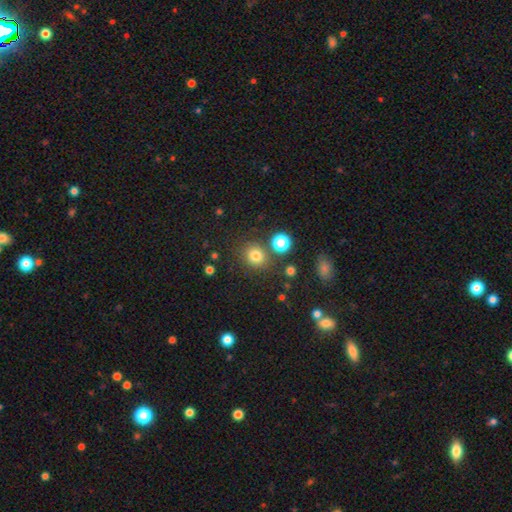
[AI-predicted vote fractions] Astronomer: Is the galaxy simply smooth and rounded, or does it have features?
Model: smooth — 77%.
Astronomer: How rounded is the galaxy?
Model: round — 79%.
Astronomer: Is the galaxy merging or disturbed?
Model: none — 79%.